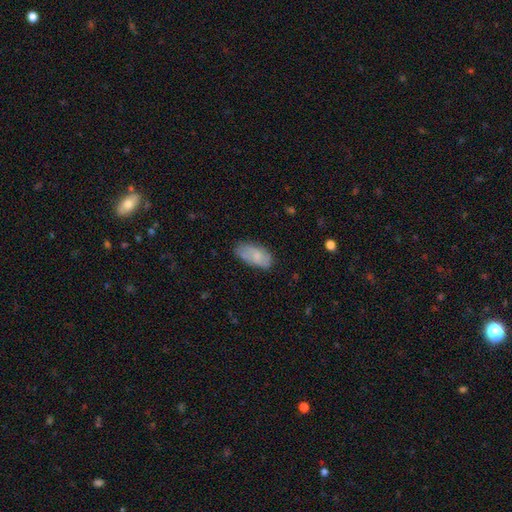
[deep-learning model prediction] Smooth or featured: smooth — 64% (featured or disk — 29%)
How rounded: in between — 92% (cigar-shaped — 5%)
Merging: none — 62% (minor disturbance — 28%)